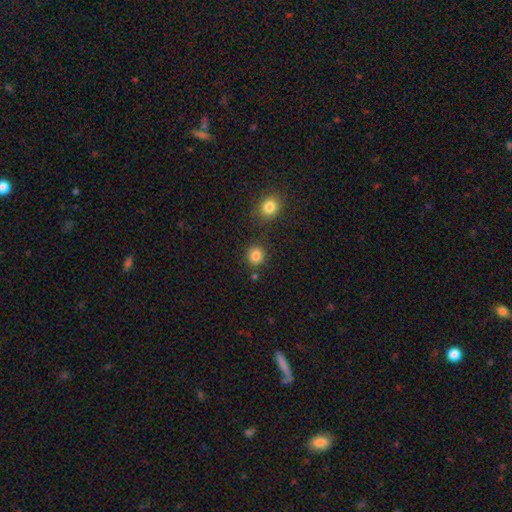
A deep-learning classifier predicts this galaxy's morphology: Smooth or featured? Predicted: smooth (p=0.84). How rounded? Predicted: round (p=0.87). Merging? Predicted: none (p=0.83).